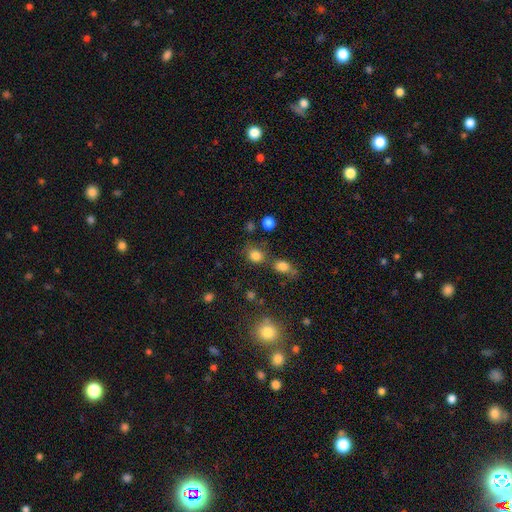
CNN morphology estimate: This appears to be a smooth galaxy with no disk features (79%) that is round (57%). Merging: none (62%).